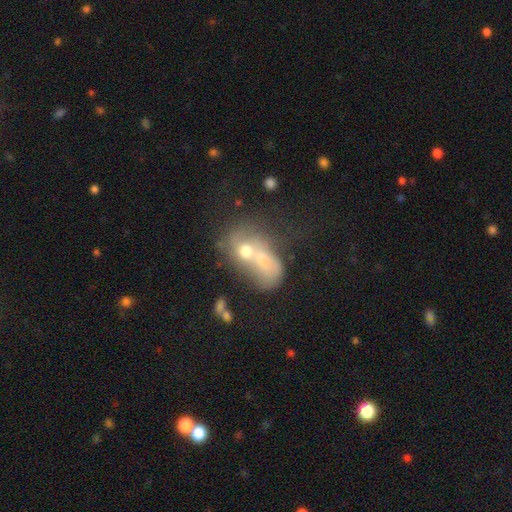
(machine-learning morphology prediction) This appears to be a smooth galaxy with no disk features (48%). Merging: merger (76%).